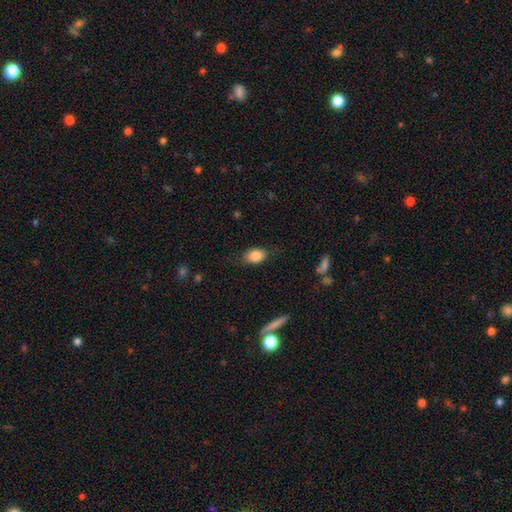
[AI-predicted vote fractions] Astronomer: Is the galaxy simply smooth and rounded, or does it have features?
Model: smooth — 86%.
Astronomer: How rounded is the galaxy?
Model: in between — 82%.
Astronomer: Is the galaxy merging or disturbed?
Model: none — 77%.